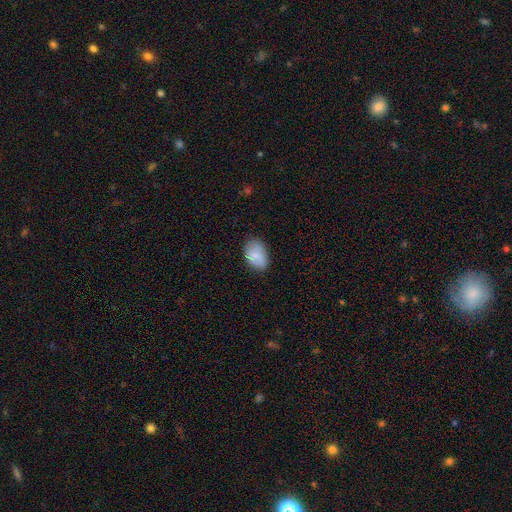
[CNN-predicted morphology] The model was most divided on "merging": none: 72%, minor disturbance: 22%, major disturbance: 5%, merger: 2%. More confident: how rounded — in between (88%); smooth or featured — smooth (80%).